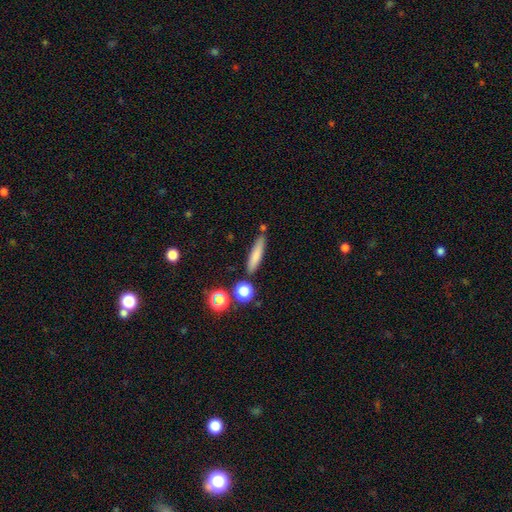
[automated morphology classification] Smooth or featured?
  - smooth: 77% *
  - featured or disk: 14%
  - star or artifact: 9%
How rounded?
  - cigar-shaped: 83% *
  - in between: 14%
  - round: 3%
Merging?
  - none: 77% *
  - minor disturbance: 13%
  - merger: 6%
  - major disturbance: 3%